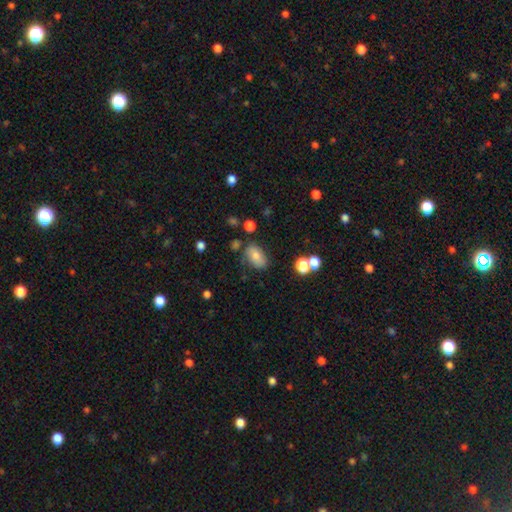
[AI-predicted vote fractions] Smooth or featured? smooth (71%)
How rounded? in between (86%)
Merging? none (69%)